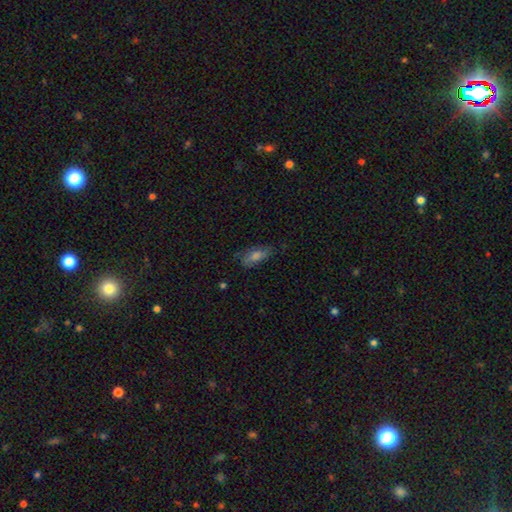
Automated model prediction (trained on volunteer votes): This is likely a smooth galaxy (61%). How rounded: likely in between (69%). Merging: likely none (69%).